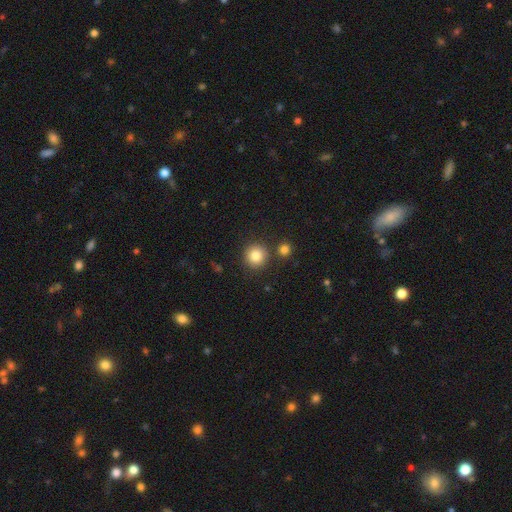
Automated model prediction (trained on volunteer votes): Smooth or featured?
  - smooth: 84% *
  - star or artifact: 10%
  - featured or disk: 6%
How rounded?
  - round: 93% *
  - in between: 6%
  - cigar-shaped: 1%
Merging?
  - none: 82% *
  - merger: 8%
  - minor disturbance: 7%
  - major disturbance: 3%